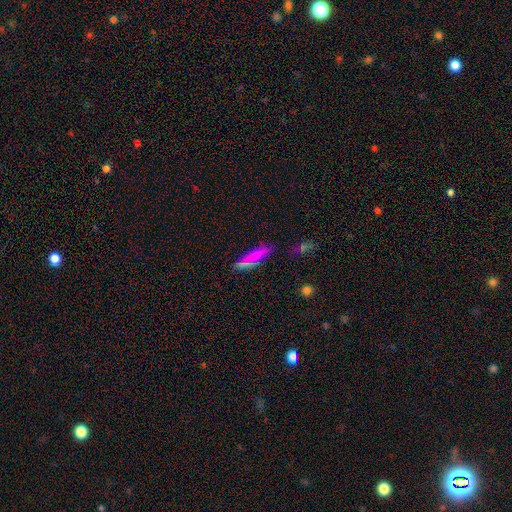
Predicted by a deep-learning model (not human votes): This appears to be a smooth galaxy with no disk features (70%) that is cigar-shaped (64%). Merging: none (77%).